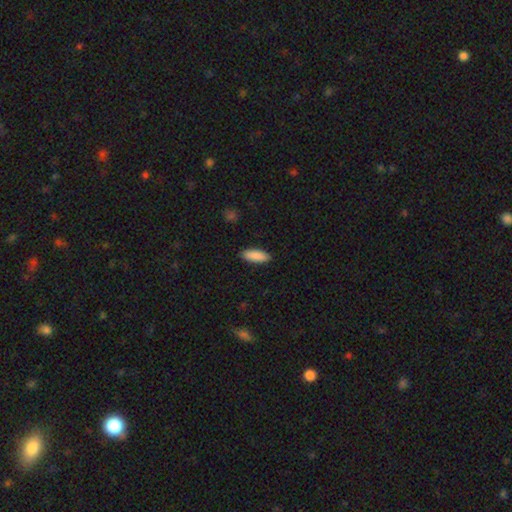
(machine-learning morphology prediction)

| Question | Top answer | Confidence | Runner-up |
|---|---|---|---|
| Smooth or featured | smooth | 89% | star or artifact (6%) |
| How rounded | in between | 70% | cigar-shaped (29%) |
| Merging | none | 89% | minor disturbance (8%) |